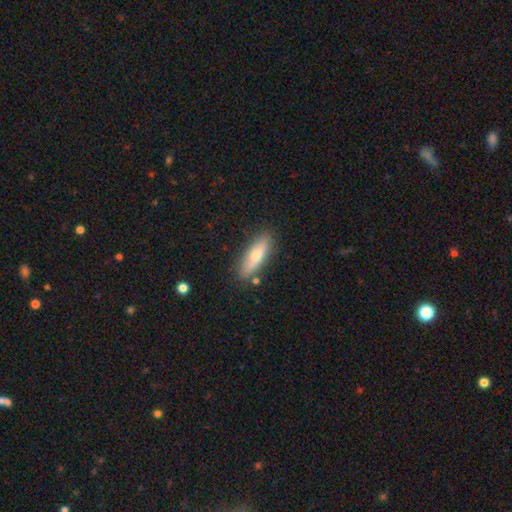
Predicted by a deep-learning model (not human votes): Smooth or featured: smooth — 65% (featured or disk — 28%)
How rounded: cigar-shaped — 56% (in between — 42%)
Merging: none — 84% (minor disturbance — 11%)